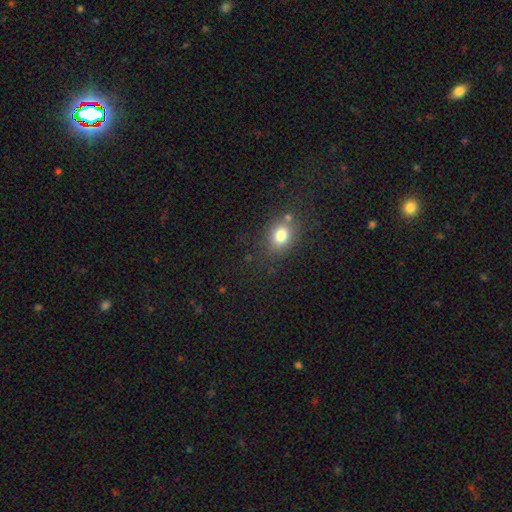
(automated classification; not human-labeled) This appears to be a smooth galaxy with no disk features (61%) that is round (64%). Merging: none (78%).